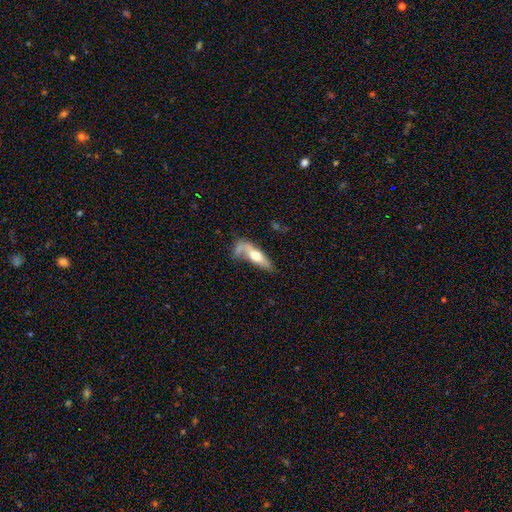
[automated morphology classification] Smooth or featured? smooth (51%)
How rounded? cigar-shaped (56%)
Merging? none (42%)